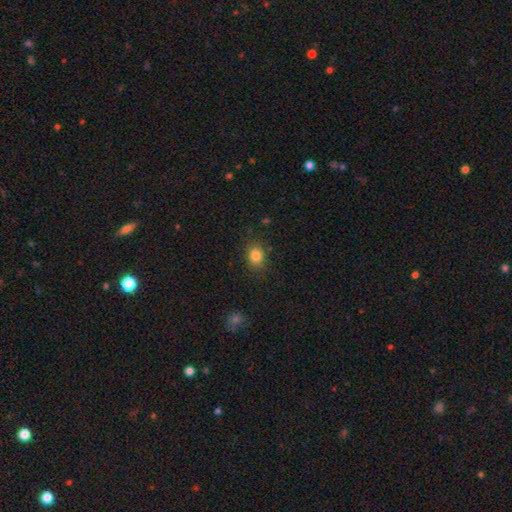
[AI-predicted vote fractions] A smooth galaxy with no disk features (84%) that is round (53%). Merging: none (84%).